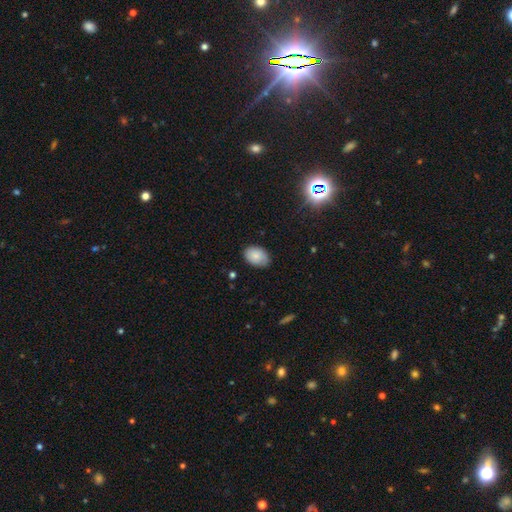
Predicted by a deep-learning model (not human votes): The model was most divided on "merging": none: 75%, minor disturbance: 21%, major disturbance: 3%, merger: 1%. More confident: how rounded — in between (80%); smooth or featured — smooth (79%).